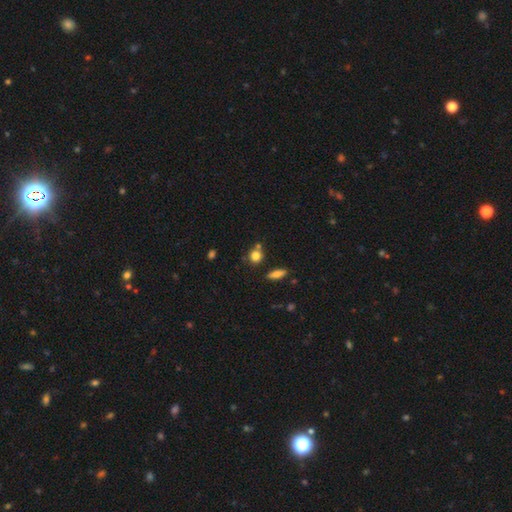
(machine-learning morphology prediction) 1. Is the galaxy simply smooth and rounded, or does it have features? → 80% smooth, 12% star or artifact, 8% featured or disk.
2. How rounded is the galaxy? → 79% round, 18% in between, 2% cigar-shaped.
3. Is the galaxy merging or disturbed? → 66% none, 19% merger, 12% minor disturbance, 3% major disturbance.